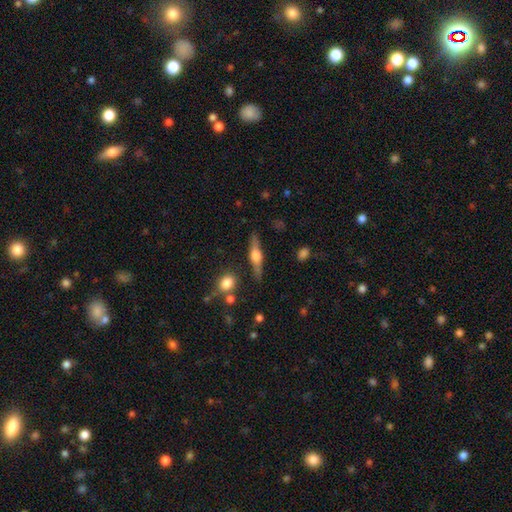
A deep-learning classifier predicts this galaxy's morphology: Smooth or featured?
  - featured or disk: 64% *
  - smooth: 29%
  - star or artifact: 7%
Edge-on disk?
  - yes: 96% *
  - no: 4%
Edge-on bulge?
  - rounded: 88% *
  - boxy: 10%
  - none: 2%
Merging?
  - none: 84% *
  - minor disturbance: 10%
  - merger: 3%
  - major disturbance: 3%